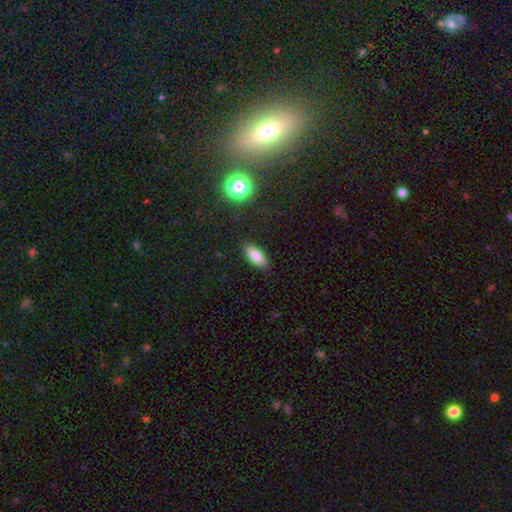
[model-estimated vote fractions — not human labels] This appears to be a smooth galaxy with no disk features (80%) that is in between round and cigar-shaped (85%). Merging: none (88%).